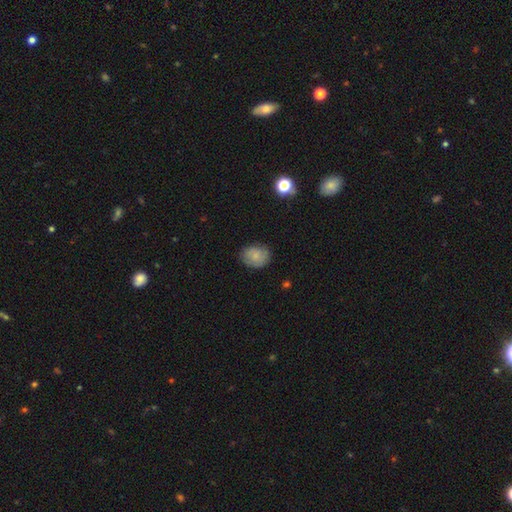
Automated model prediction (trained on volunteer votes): Smooth or featured?
  - smooth: 75% *
  - featured or disk: 17%
  - star or artifact: 8%
How rounded?
  - round: 52% *
  - in between: 47%
  - cigar-shaped: 1%
Merging?
  - none: 76% *
  - minor disturbance: 18%
  - major disturbance: 4%
  - merger: 1%